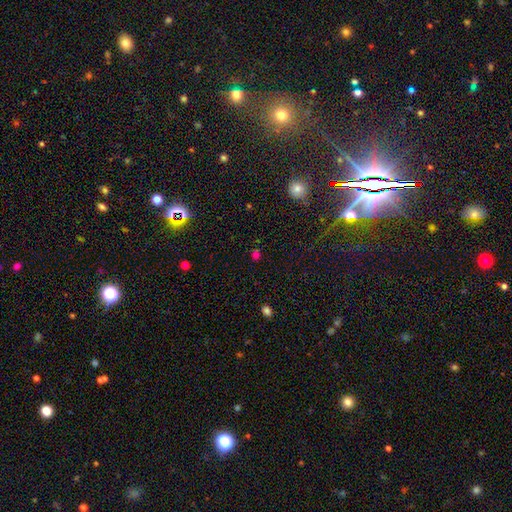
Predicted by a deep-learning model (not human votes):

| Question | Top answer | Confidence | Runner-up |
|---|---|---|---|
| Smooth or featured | smooth | 53% | star or artifact (41%) |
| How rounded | round | 55% | in between (43%) |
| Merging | none | 77% | minor disturbance (12%) |